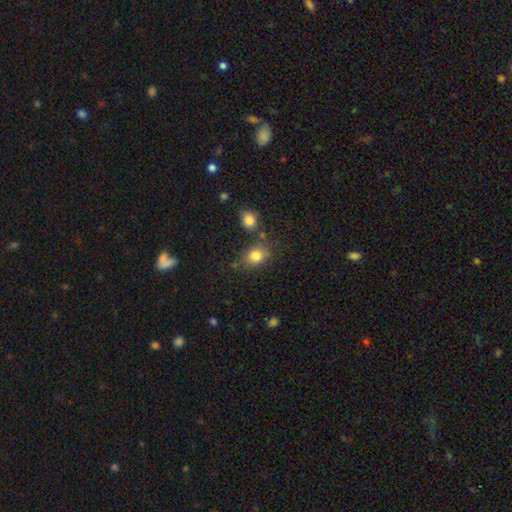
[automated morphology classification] Smooth or featured? smooth (81%)
How rounded? in between (50%)
Merging? none (70%)